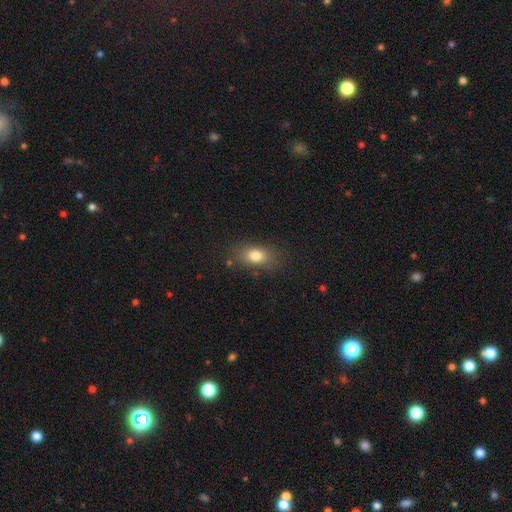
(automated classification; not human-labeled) Smooth or featured: smooth — 78% (featured or disk — 12%)
How rounded: in between — 76% (round — 19%)
Merging: none — 78% (minor disturbance — 14%)